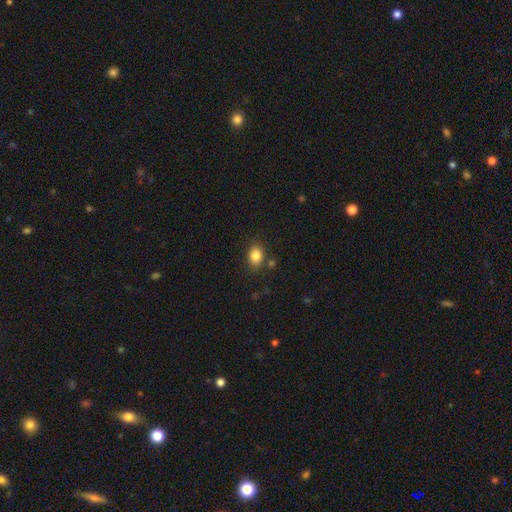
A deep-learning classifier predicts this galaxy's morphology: Smooth or featured? smooth (84%)
How rounded? in between (61%)
Merging? none (80%)